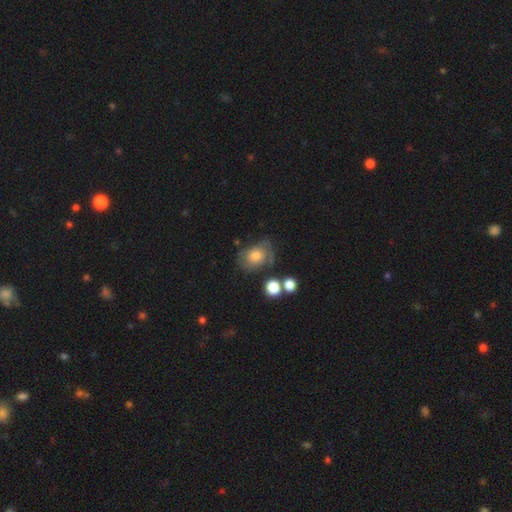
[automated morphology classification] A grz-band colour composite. It shows a smooth galaxy with no disk features (57%) that is in between round and cigar-shaped (66%). Merging: none (50%).